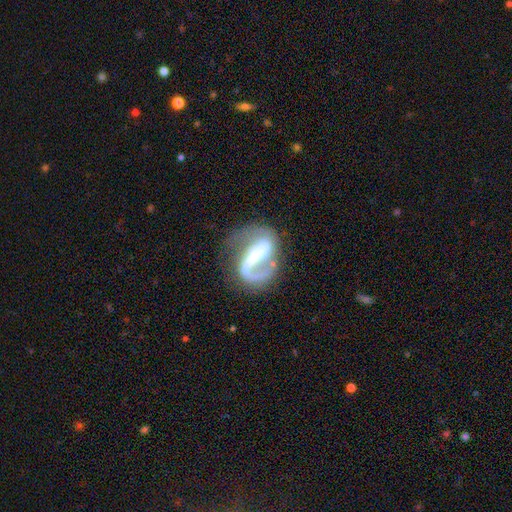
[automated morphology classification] featured or disk 83%, smooth 11%, star or artifact 6%. Down the decision tree: edge-on disk — no (97%); bar — strong (60%); spiral arms — yes (90%); spiral arm count — 2 (55%); spiral winding — loose (43%); bulge size — none (33%); merging — none (50%).